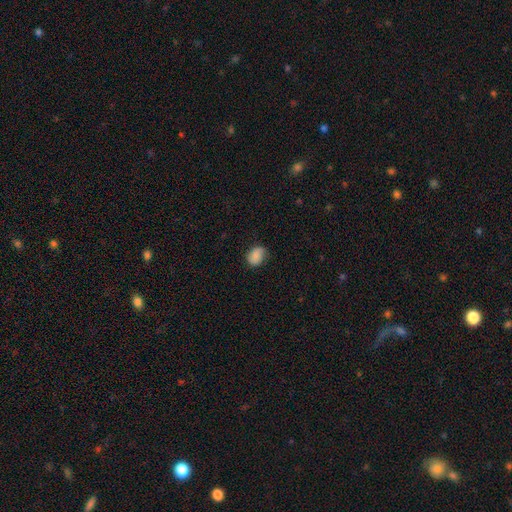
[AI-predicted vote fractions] Smooth or featured: smooth — 86% (star or artifact — 8%)
How rounded: in between — 70% (round — 29%)
Merging: none — 74% (minor disturbance — 21%)